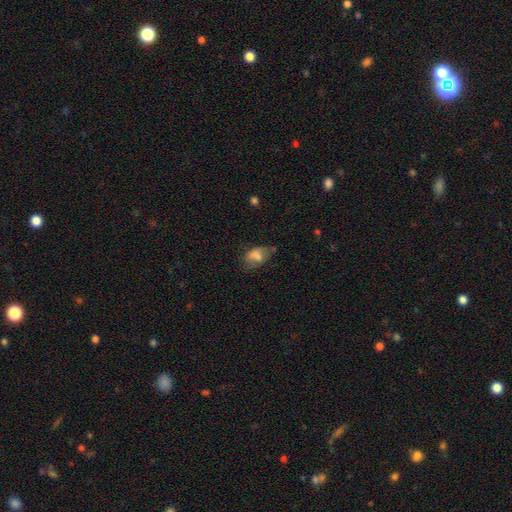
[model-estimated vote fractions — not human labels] Overall: smooth (68%). How rounded: in between (85%). Merging: none (43%; minor disturbance 32%).